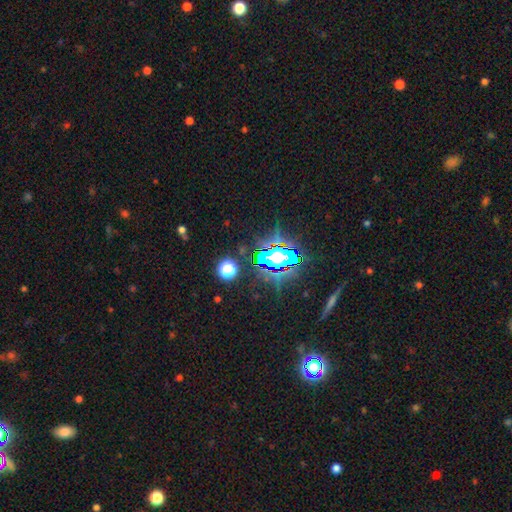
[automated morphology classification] Overall: star or artifact (83%).